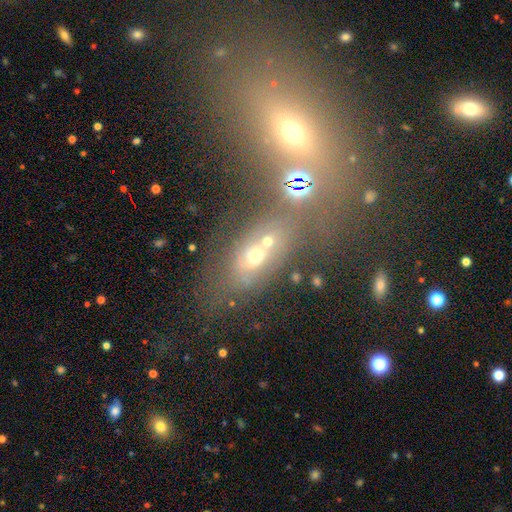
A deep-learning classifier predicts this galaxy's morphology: The model was most divided on "merging": none: 43%, merger: 37%, minor disturbance: 11%, major disturbance: 8%. Remaining: smooth or featured — smooth (45%).